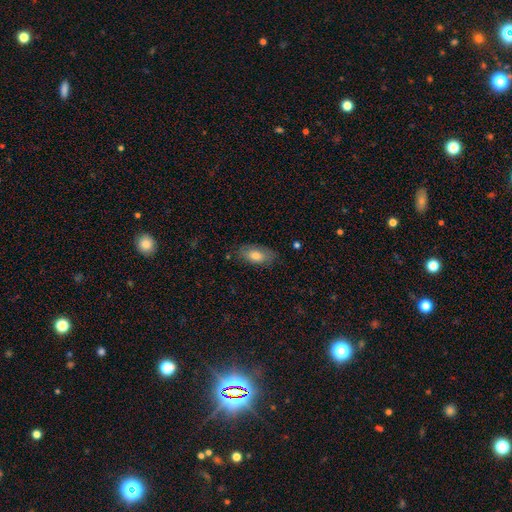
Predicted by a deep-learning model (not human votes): Q: Smooth or featured?
A: smooth (74%); runner-up: featured or disk (19%)
Q: How rounded?
A: in between (91%); runner-up: cigar-shaped (5%)
Q: Merging?
A: none (79%); runner-up: minor disturbance (16%)